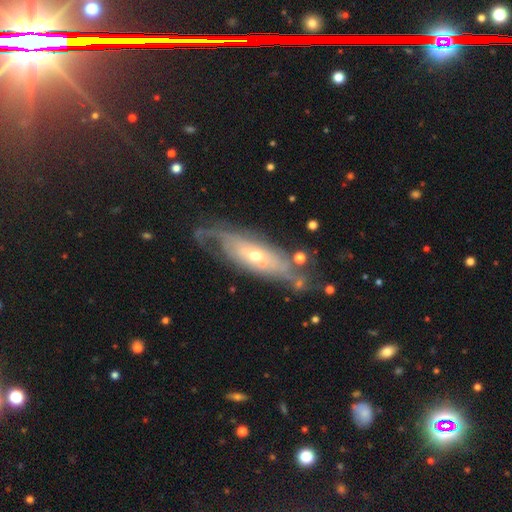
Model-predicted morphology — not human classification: This is likely a featured or disk galaxy (76%). It is likely not viewed edge-on (77%). Bar: likely no (74%). Spiral arm pattern: likely yes (72%). Central bulge: possibly moderate (48%). Merging: possibly none (54%).